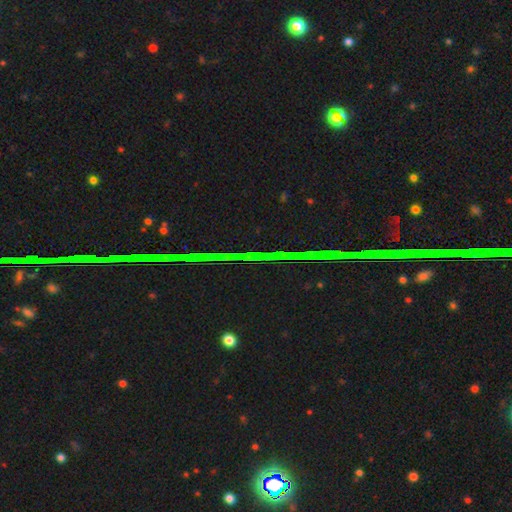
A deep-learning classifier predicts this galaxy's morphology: A star or artifact, not a galaxy (86%).